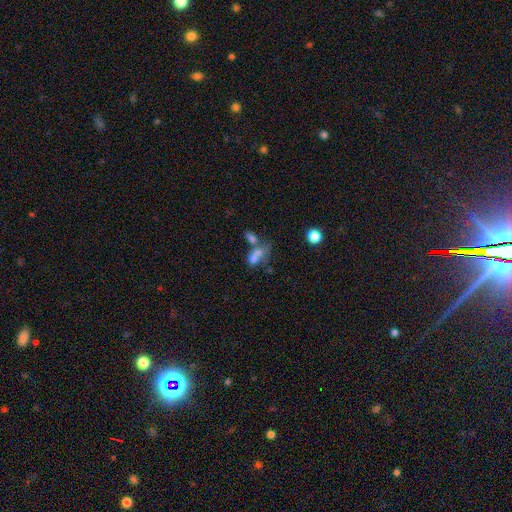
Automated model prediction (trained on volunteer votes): smooth-or-featured: smooth: 63% | featured or disk: 23% | star or artifact: 14%
  how-rounded: in between: 73% | round: 22% | cigar-shaped: 6%
  merging: merger: 58% | none: 20% | major disturbance: 12% | minor disturbance: 10%